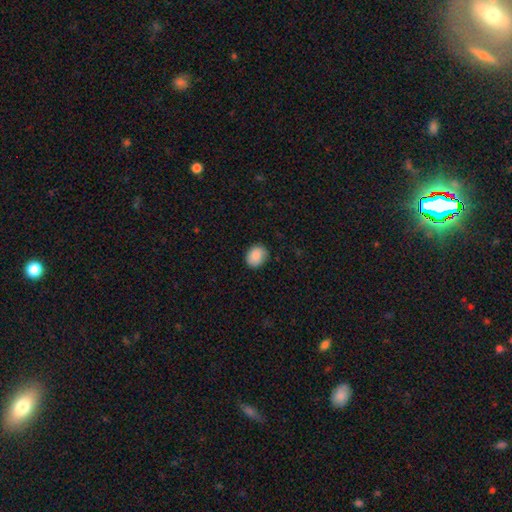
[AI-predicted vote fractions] The model was most divided on "how rounded": round: 50%, in between: 49%, cigar-shaped: 1%. More confident: smooth or featured — smooth (89%); merging — none (84%).